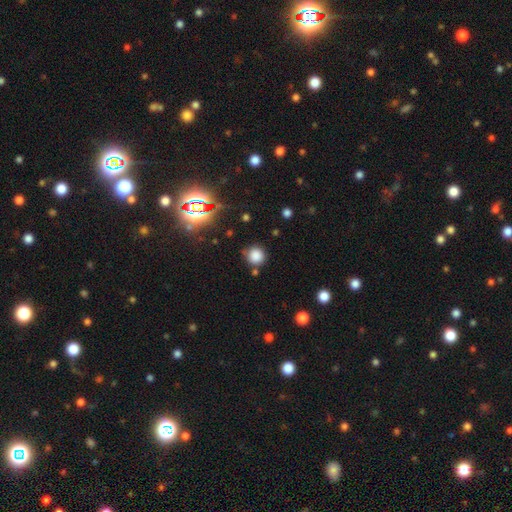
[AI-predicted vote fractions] A smooth galaxy with no disk features (79%) that is round (92%). Merging: none (80%).